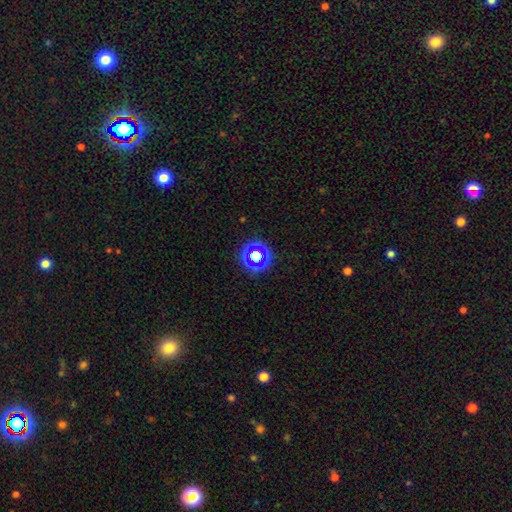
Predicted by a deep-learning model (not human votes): This appears to be a star or artifact, not a galaxy (50%).